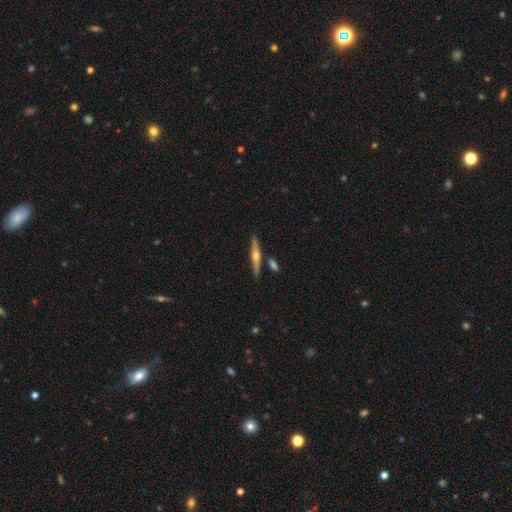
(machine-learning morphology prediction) Smooth or featured: featured or disk — 72% (smooth — 22%)
Edge-on disk: yes — 97% (no — 3%)
Edge-on bulge: rounded — 92% (none — 5%)
Merging: none — 86% (minor disturbance — 7%)